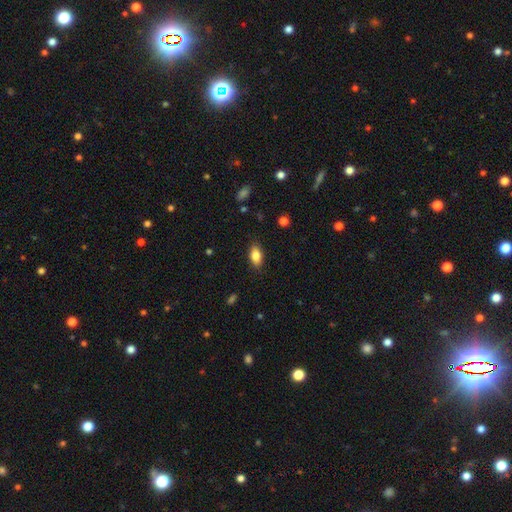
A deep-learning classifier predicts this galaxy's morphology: The model was most divided on "merging": none: 86%, minor disturbance: 11%, major disturbance: 2%, merger: 1%. More confident: how rounded — in between (89%); smooth or featured — smooth (84%).